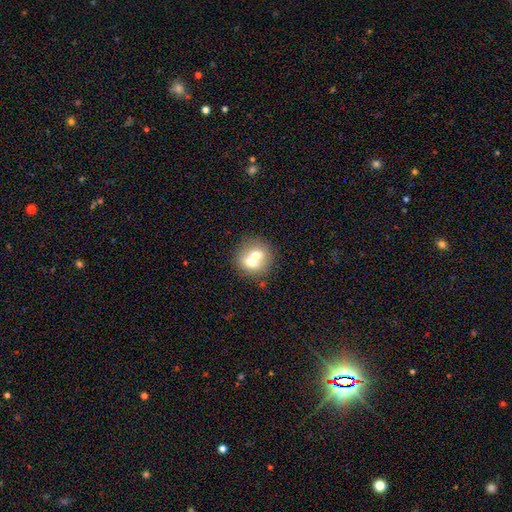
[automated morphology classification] smooth_or_featured: smooth (p=0.64) [alt: featured or disk p=0.27]
how_rounded: round (p=0.79) [alt: in between p=0.20]
merging: merger (p=0.54) [alt: none p=0.37]